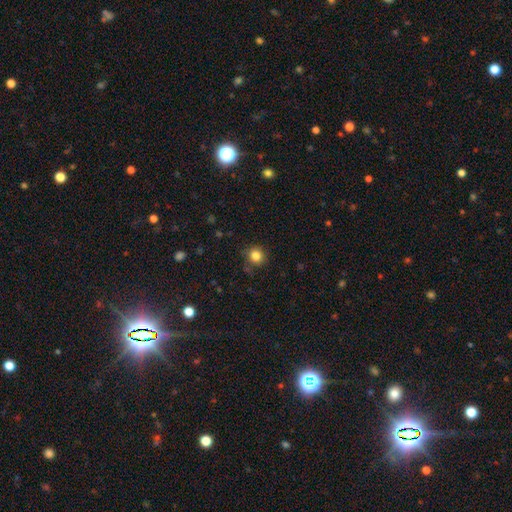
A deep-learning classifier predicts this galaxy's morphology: The model was most divided on "merging": none: 83%, minor disturbance: 12%, major disturbance: 3%, merger: 2%. More confident: how rounded — round (90%); smooth or featured — smooth (83%).